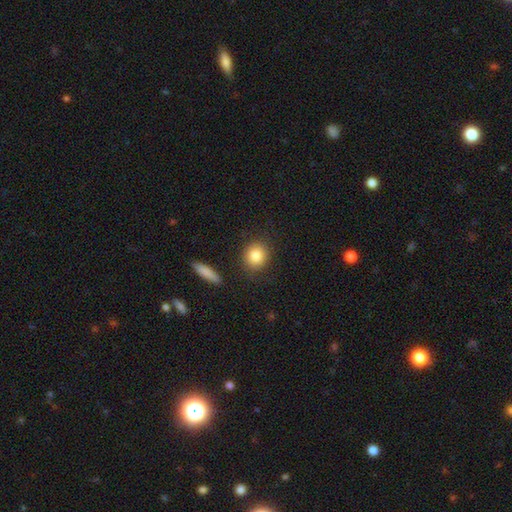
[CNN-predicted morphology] smooth-or-featured: smooth: 85% | star or artifact: 8% | featured or disk: 7%
  how-rounded: round: 79% | in between: 20% | cigar-shaped: 2%
  merging: none: 85% | minor disturbance: 9% | merger: 3% | major disturbance: 3%